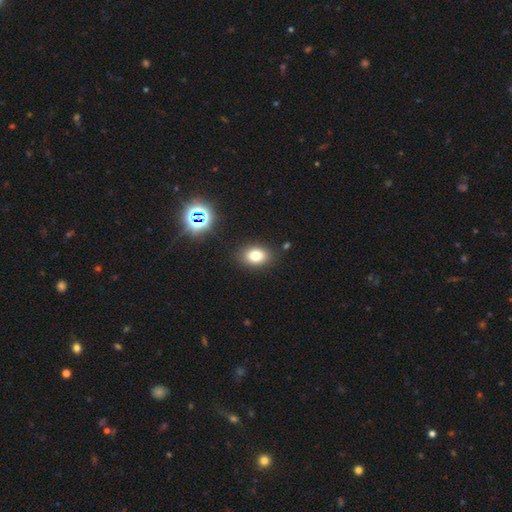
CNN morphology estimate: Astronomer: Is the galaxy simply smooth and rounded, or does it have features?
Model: smooth — 77%.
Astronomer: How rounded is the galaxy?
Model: in between — 74%.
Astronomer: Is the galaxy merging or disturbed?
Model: none — 86%.